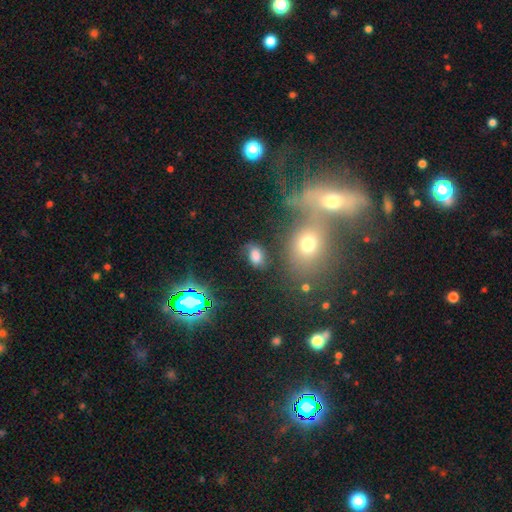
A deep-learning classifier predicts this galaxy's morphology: Smooth or featured: smooth — 71% (star or artifact — 16%)
How rounded: in between — 80% (round — 18%)
Merging: none — 64% (minor disturbance — 20%)